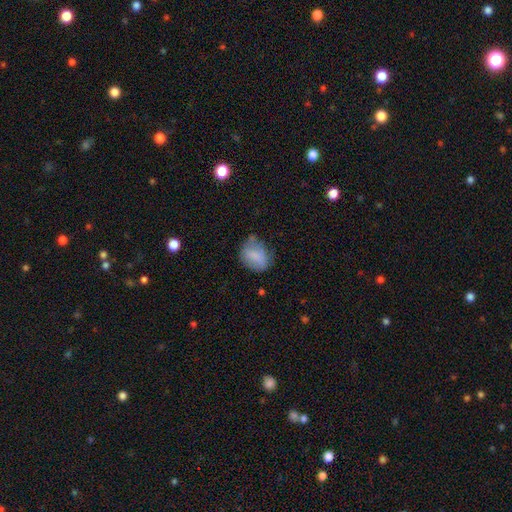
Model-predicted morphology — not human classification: smooth_or_featured: smooth (p=0.74) [alt: featured or disk p=0.18]
how_rounded: in between (p=0.62) [alt: round p=0.37]
merging: none (p=0.50) [alt: minor disturbance p=0.35]